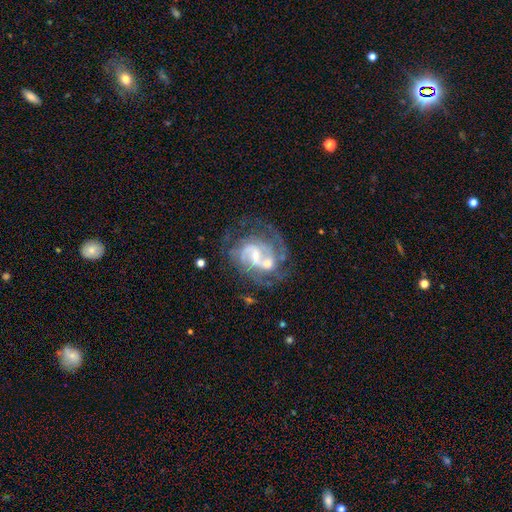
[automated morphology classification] Smooth or featured? Predicted: featured or disk (p=0.85). Edge-on disk? Predicted: no (p=0.98). Bar? Predicted: weak (p=0.46). Spiral arms? Predicted: yes (p=0.92). Spiral winding? Predicted: medium (p=0.43). Spiral arm count? Predicted: 2 (p=0.51). Bulge size? Predicted: small (p=0.52). Merging? Predicted: none (p=0.48).